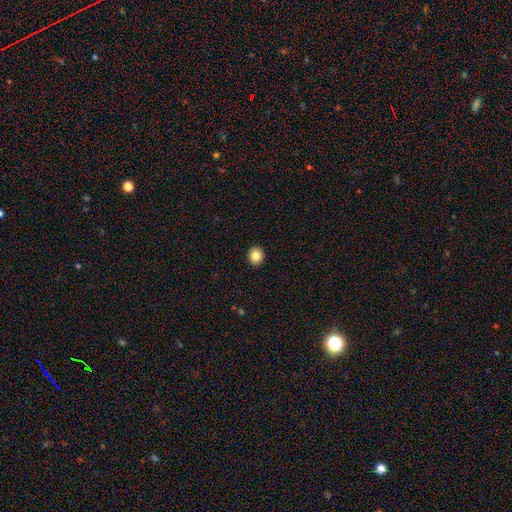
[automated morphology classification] Smooth or featured? smooth (85%)
How rounded? round (79%)
Merging? none (93%)